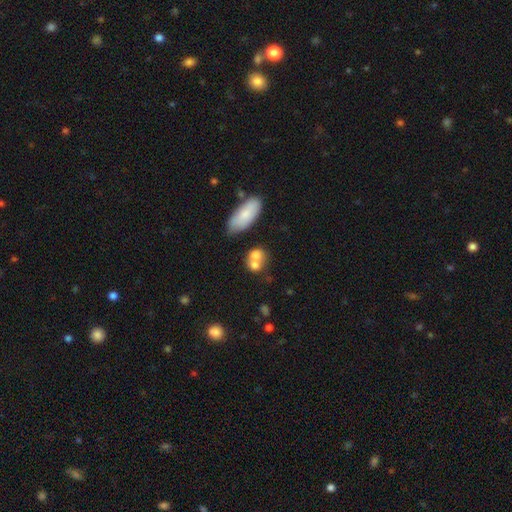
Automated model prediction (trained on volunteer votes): This is likely a smooth galaxy (72%). How rounded: possibly round (55%). Merging: possibly merger (53%).